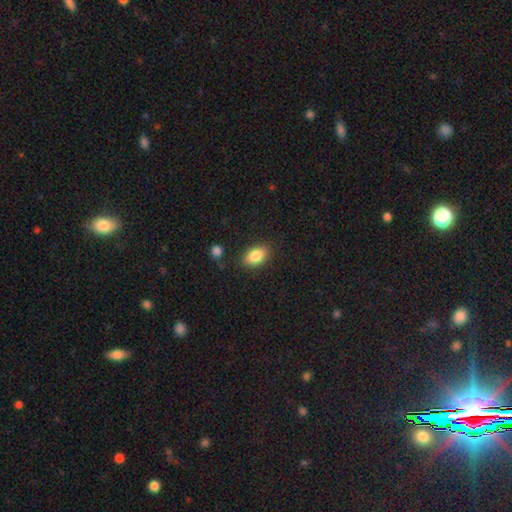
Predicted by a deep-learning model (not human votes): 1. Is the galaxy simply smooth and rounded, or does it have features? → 86% smooth, 8% star or artifact, 7% featured or disk.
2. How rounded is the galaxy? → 87% in between, 11% round, 2% cigar-shaped.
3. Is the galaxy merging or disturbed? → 84% none, 11% minor disturbance, 3% major disturbance, 2% merger.